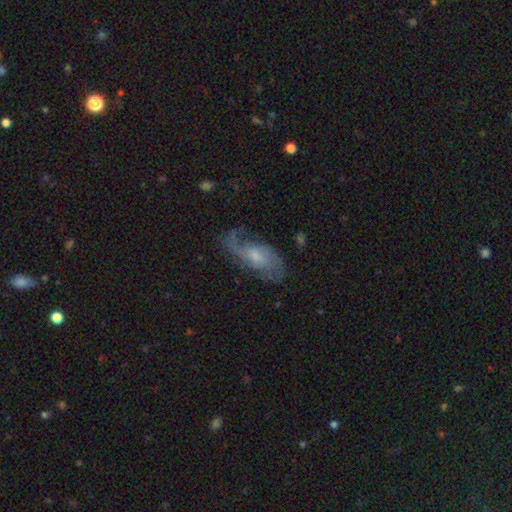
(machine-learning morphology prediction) Smooth or featured: featured or disk — 79% (smooth — 14%)
Edge-on disk: no — 93% (yes — 7%)
Bar: no — 61% (weak — 33%)
Spiral arms: yes — 94% (no — 6%)
Spiral winding: medium — 43% (loose — 38%)
Spiral arm count: 2 — 74% (can't tell — 10%)
Bulge size: small — 47% (moderate — 42%)
Merging: none — 67% (minor disturbance — 19%)